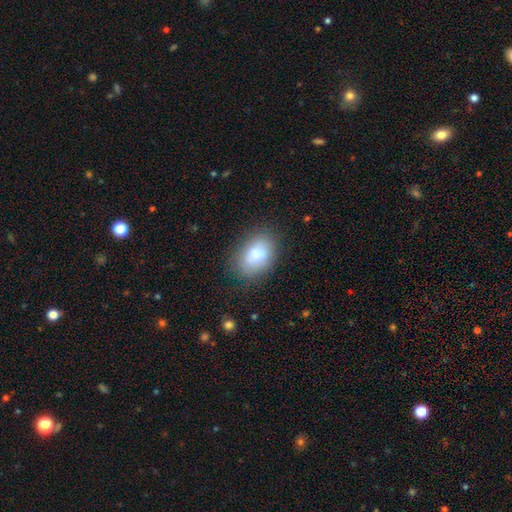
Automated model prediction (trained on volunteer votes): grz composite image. It shows a smooth galaxy with no disk features (76%) that is in between round and cigar-shaped (82%). Merging: none (70%).